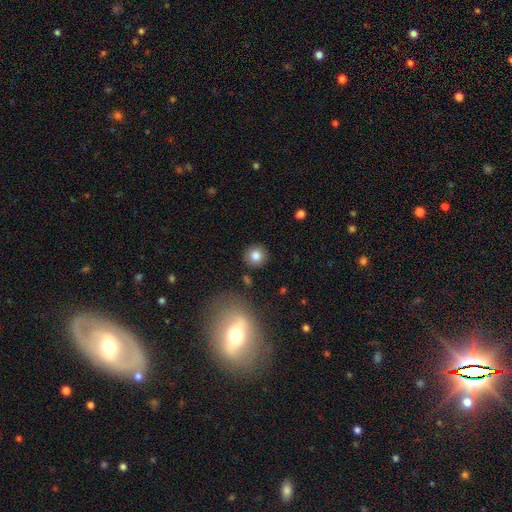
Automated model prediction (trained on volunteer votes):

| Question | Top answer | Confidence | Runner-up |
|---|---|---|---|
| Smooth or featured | smooth | 83% | star or artifact (10%) |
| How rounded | round | 93% | in between (6%) |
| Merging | none | 88% | minor disturbance (7%) |